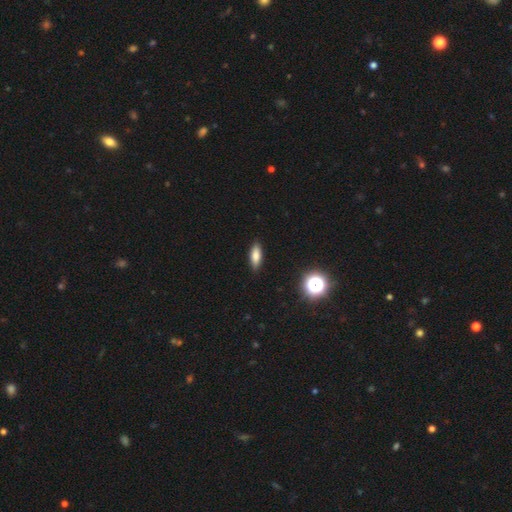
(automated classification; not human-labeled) Smooth or featured?
  - smooth: 75% *
  - featured or disk: 16%
  - star or artifact: 9%
How rounded?
  - in between: 61% *
  - cigar-shaped: 35%
  - round: 3%
Merging?
  - none: 88% *
  - minor disturbance: 9%
  - major disturbance: 2%
  - merger: 1%